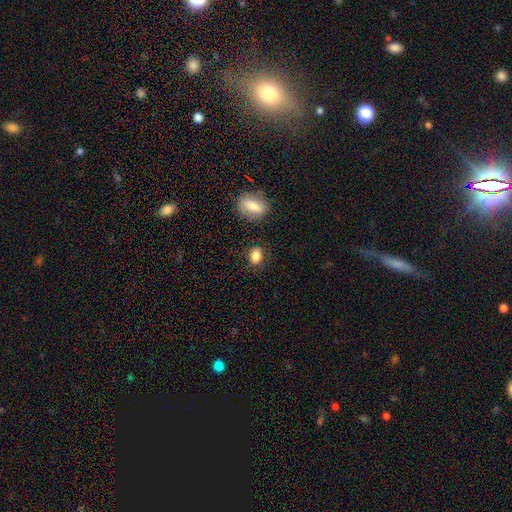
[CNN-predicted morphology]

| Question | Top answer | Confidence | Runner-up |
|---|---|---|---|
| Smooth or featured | smooth | 85% | star or artifact (9%) |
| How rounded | in between | 61% | round (37%) |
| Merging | none | 81% | minor disturbance (13%) |